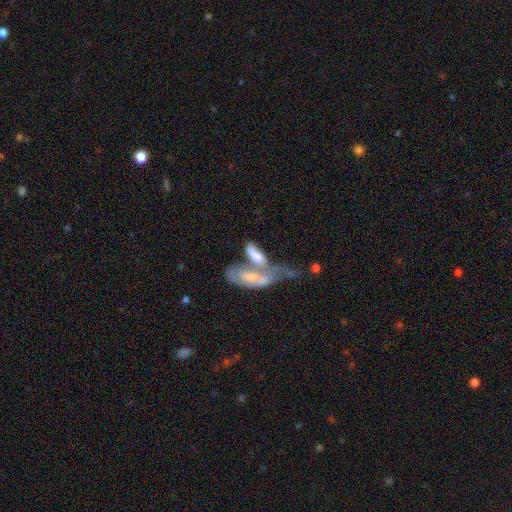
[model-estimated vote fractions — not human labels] This appears to be a smooth galaxy with no disk features (54%) that is in between round and cigar-shaped (75%). Merging: merger (69%).